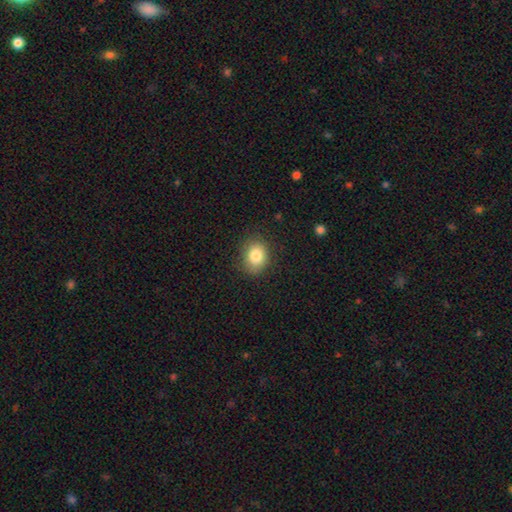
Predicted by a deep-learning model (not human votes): A smooth galaxy with no disk features (83%) that is in between round and cigar-shaped (52%). Merging: none (83%).